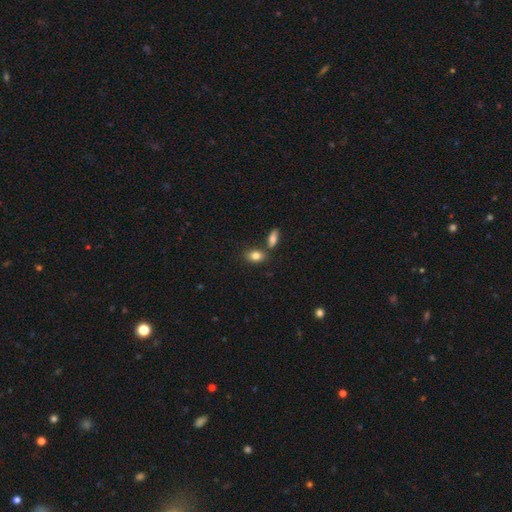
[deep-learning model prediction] Q: Smooth or featured?
A: smooth (83%); runner-up: featured or disk (9%)
Q: How rounded?
A: in between (83%); runner-up: round (13%)
Q: Merging?
A: none (64%); runner-up: merger (22%)